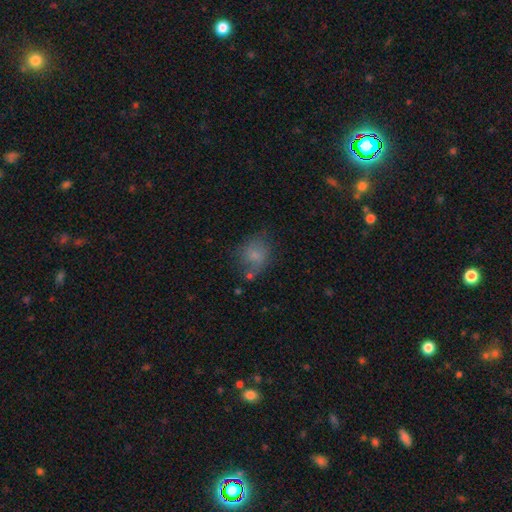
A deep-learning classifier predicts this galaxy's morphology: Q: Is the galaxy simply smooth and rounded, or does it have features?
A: smooth — 71%.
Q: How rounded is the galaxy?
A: round — 58%.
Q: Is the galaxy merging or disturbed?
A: none — 57%.